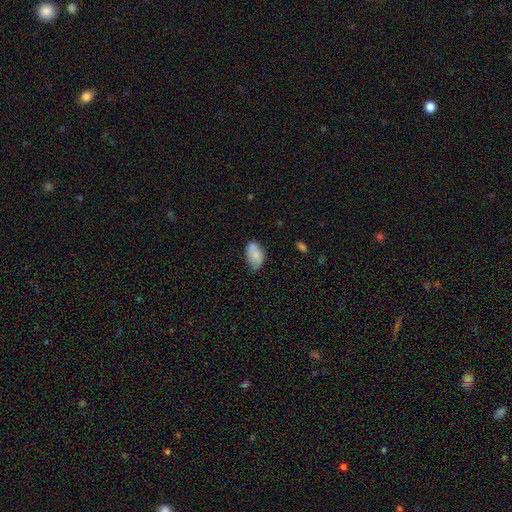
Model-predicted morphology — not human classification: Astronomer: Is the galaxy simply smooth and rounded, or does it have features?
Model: smooth — 70%.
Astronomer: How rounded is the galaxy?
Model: in between — 90%.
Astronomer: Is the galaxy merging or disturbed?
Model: none — 53% (runner-up: minor disturbance, 28%).